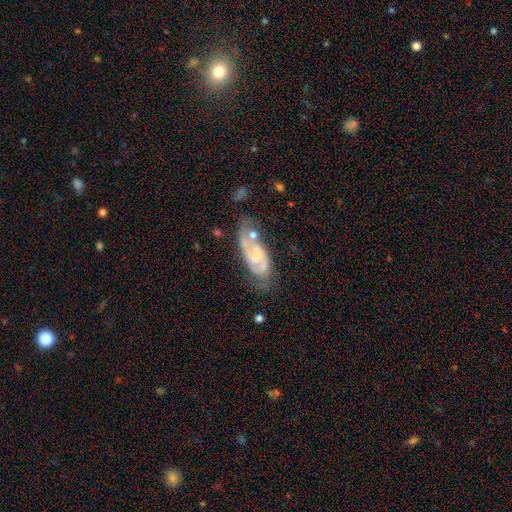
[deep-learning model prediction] Overall: featured or disk (77%). Edge-on disk: no (94%). Bar: no (50%; weak 40%). Spiral arms: yes (92%). Spiral arm count: 2 (73%). Spiral winding: medium (48%; tight 35%). Bulge size: small (48%; moderate 28%). Merging: none (52%; minor disturbance 24%).